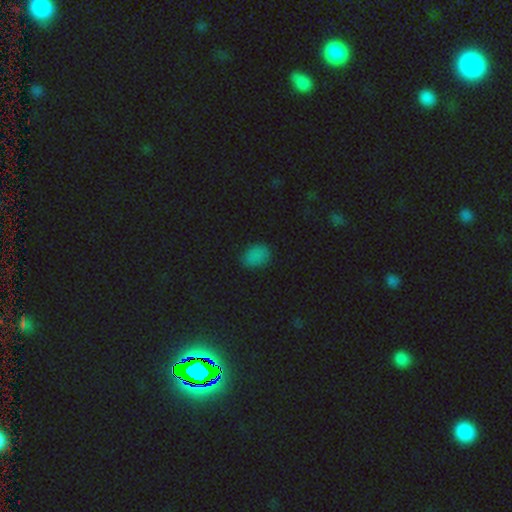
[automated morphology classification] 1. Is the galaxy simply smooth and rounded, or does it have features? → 80% smooth, 16% star or artifact, 4% featured or disk.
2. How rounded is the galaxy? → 72% in between, 27% round, 1% cigar-shaped.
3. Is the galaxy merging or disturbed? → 81% none, 14% minor disturbance, 3% major disturbance, 1% merger.